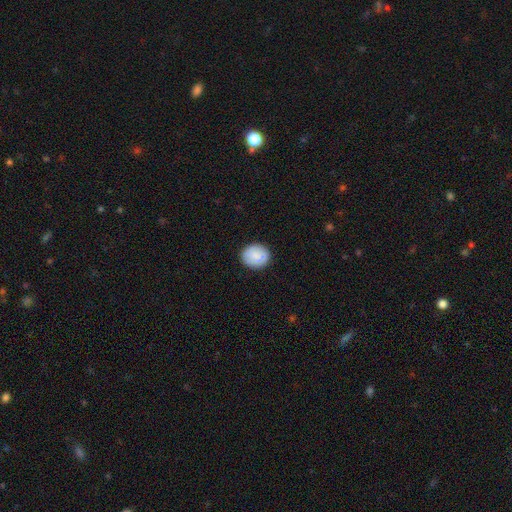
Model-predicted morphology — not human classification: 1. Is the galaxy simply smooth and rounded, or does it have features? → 81% smooth, 12% featured or disk, 7% star or artifact.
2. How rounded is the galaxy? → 75% round, 24% in between, 1% cigar-shaped.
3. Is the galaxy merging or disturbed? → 86% none, 10% minor disturbance, 2% major disturbance, 1% merger.